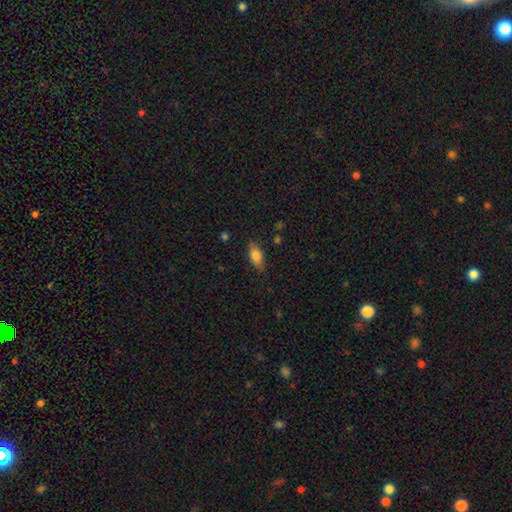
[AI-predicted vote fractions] A smooth galaxy with no disk features (71%) that is in between round and cigar-shaped (81%). Merging: none (80%).